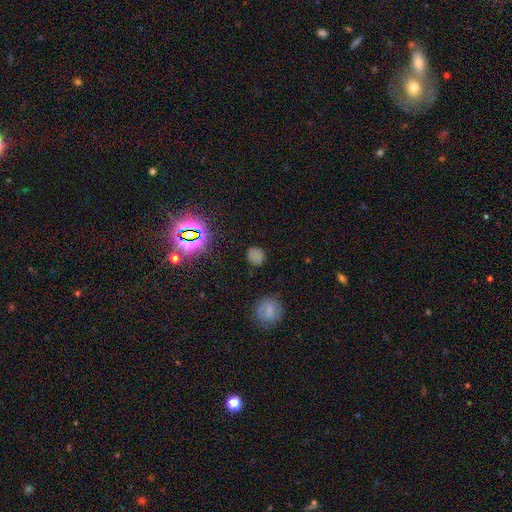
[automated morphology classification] smooth-or-featured: smooth: 63% | star or artifact: 28% | featured or disk: 9%
  how-rounded: round: 82% | in between: 17% | cigar-shaped: 1%
  merging: none: 83% | minor disturbance: 11% | major disturbance: 4% | merger: 2%